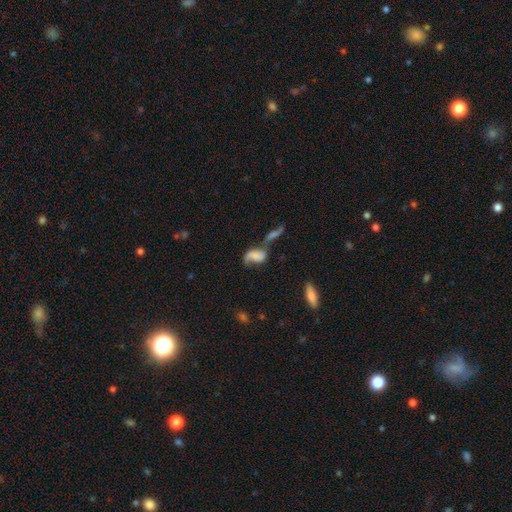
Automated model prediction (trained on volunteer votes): A featured or disk galaxy (46%). Merging: merger (34%).